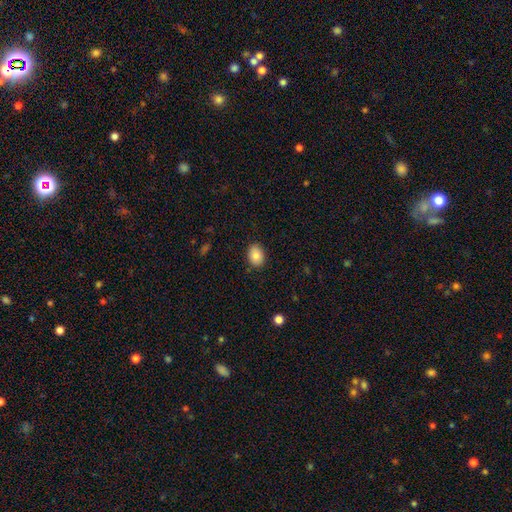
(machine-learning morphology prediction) The model was most divided on "how rounded": in between: 74%, round: 25%, cigar-shaped: 1%. More confident: merging — none (88%); smooth or featured — smooth (84%).